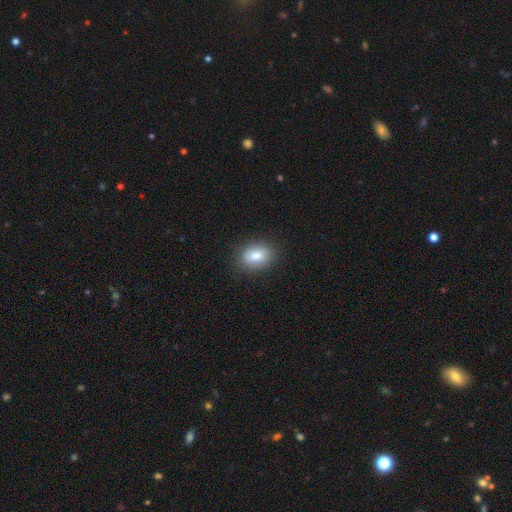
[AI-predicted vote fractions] Smooth or featured: smooth — 83% (featured or disk — 9%)
How rounded: in between — 76% (round — 22%)
Merging: none — 88% (minor disturbance — 9%)